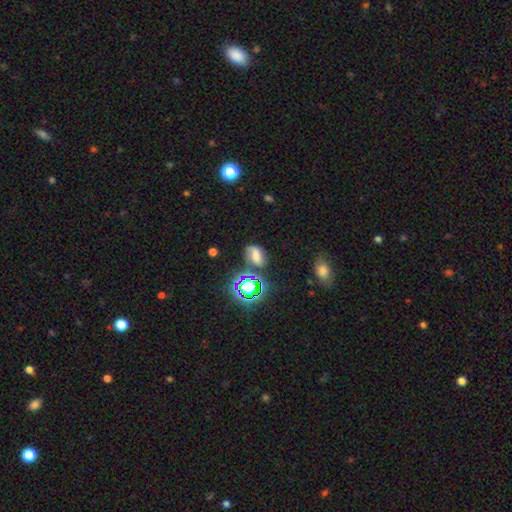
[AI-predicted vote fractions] smooth 49%, star or artifact 26%, featured or disk 24%. Down the decision tree: merging — none (54%).